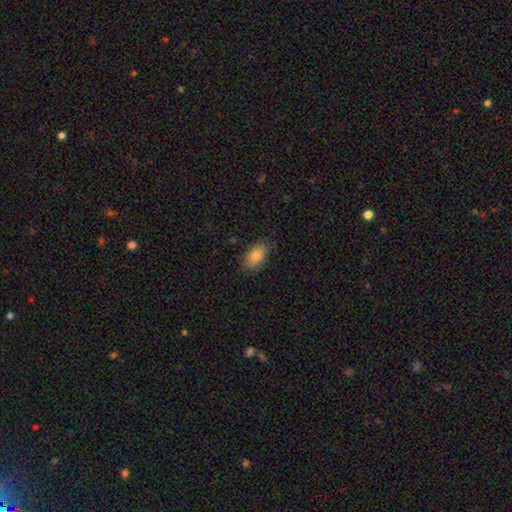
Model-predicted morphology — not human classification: The model was most divided on "merging": none: 82%, minor disturbance: 14%, major disturbance: 3%, merger: 1%. More confident: how rounded — in between (91%); smooth or featured — smooth (81%).